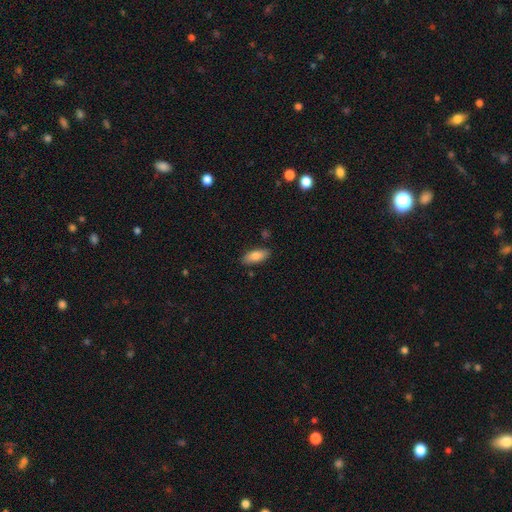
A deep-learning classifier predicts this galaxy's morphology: A smooth galaxy with no disk features (82%) that is in between round and cigar-shaped (81%). Merging: none (84%).